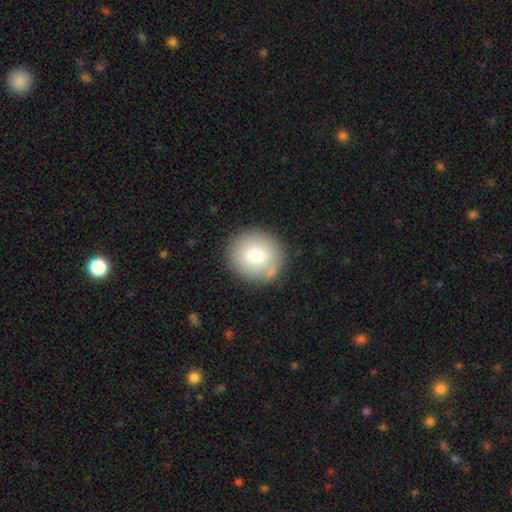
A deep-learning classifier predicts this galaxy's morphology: Smooth or featured? smooth (78%)
How rounded? round (87%)
Merging? none (82%)